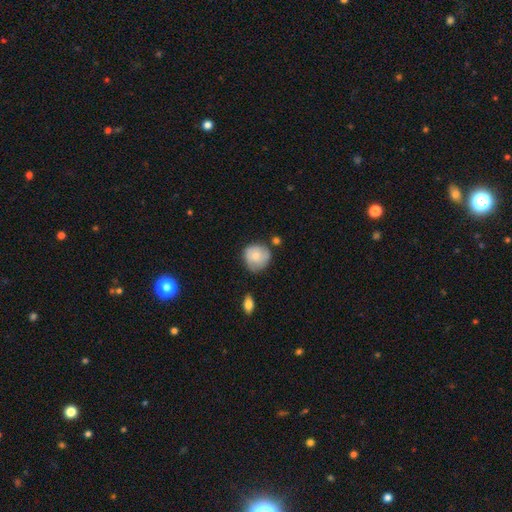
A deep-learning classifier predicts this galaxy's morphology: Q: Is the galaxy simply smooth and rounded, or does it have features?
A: smooth — 73%.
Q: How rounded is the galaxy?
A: round — 87%.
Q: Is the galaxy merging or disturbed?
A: none — 62%.